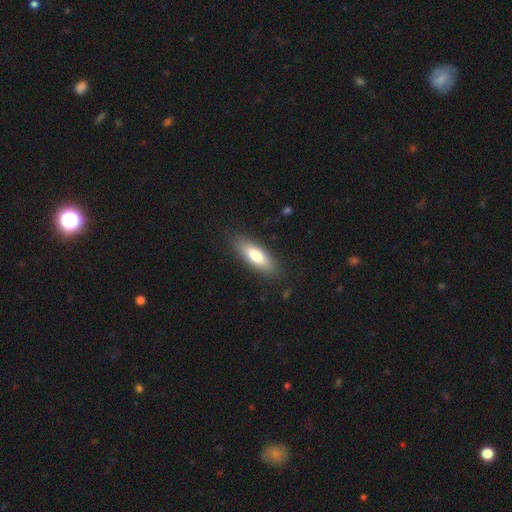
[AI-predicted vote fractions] Smooth or featured: smooth — 75% (featured or disk — 19%)
How rounded: in between — 63% (cigar-shaped — 35%)
Merging: none — 87% (minor disturbance — 10%)